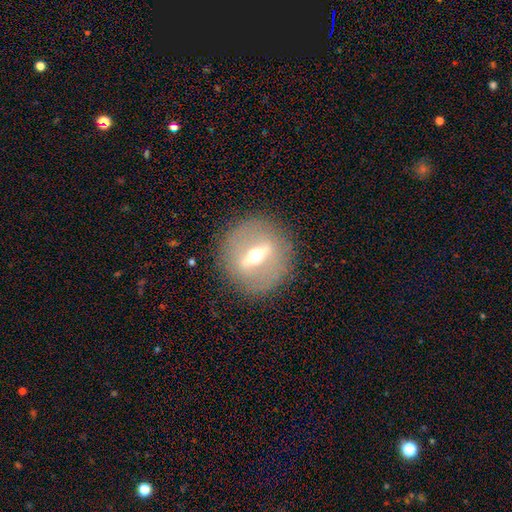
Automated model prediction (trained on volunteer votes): Smooth or featured: featured or disk — 76% (smooth — 17%)
Edge-on disk: no — 52% (yes — 48%)
Merging: none — 88% (minor disturbance — 7%)